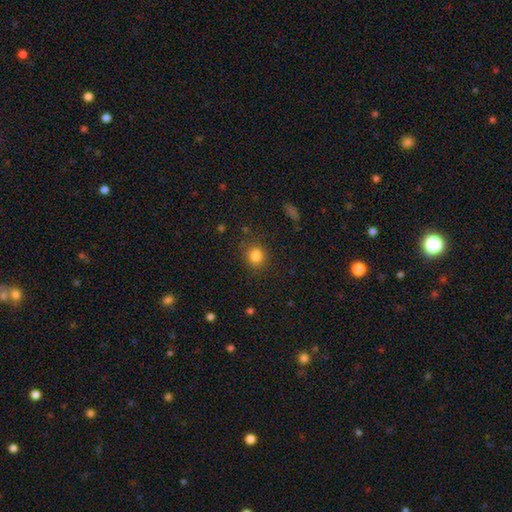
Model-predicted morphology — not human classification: type=smooth (84%); roundness=round (73%); merging=none (81%).